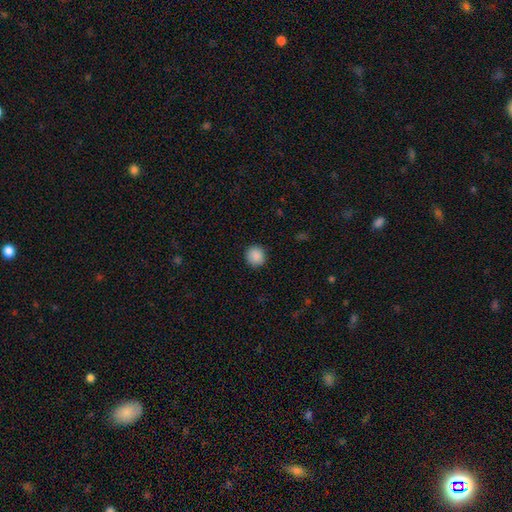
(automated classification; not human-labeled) A smooth galaxy with no disk features (89%) that is round (93%). Merging: none (91%).